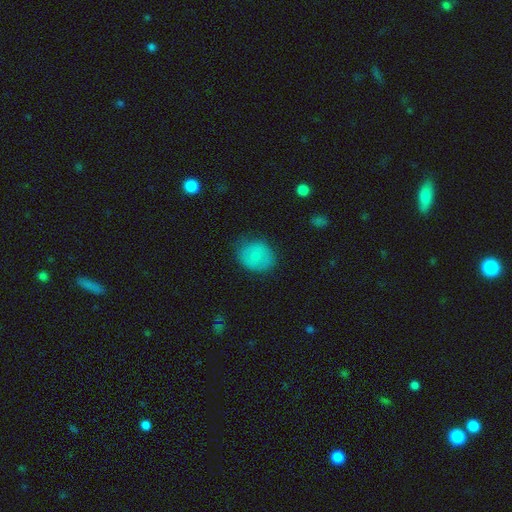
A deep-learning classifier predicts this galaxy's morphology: The model was most divided on "how rounded": round: 64%, in between: 35%, cigar-shaped: 1%. More confident: smooth or featured — smooth (72%); merging — none (69%).